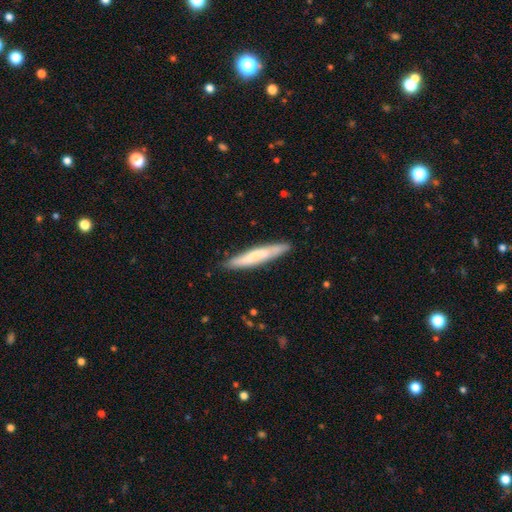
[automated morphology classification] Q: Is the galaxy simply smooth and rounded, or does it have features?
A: smooth — 61%.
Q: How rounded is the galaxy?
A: cigar-shaped — 93%.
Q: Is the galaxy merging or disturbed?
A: none — 85%.